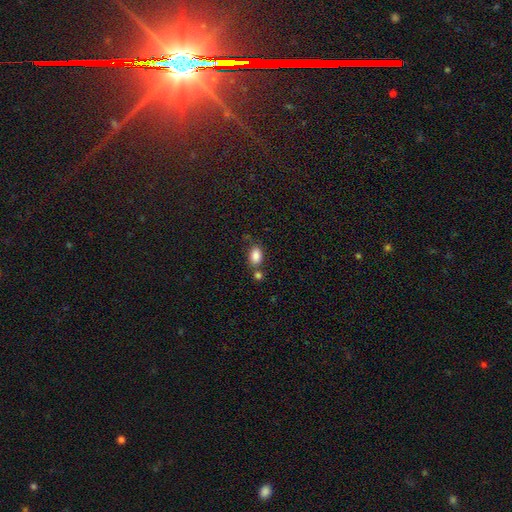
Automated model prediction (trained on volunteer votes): smooth 86%, star or artifact 9%, featured or disk 5%. Down the decision tree: how rounded — in between (85%); merging — none (64%).